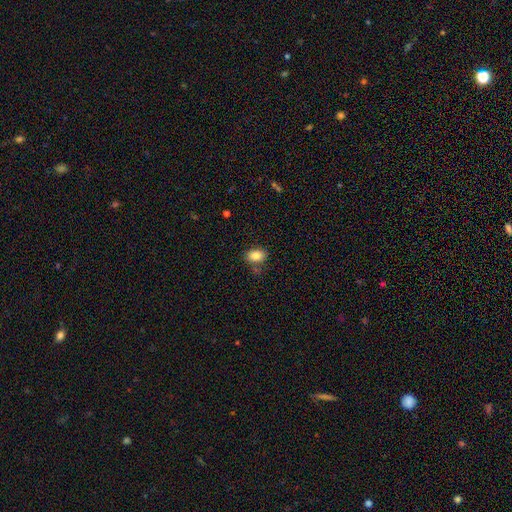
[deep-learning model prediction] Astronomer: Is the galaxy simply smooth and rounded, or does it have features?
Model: smooth — 85%.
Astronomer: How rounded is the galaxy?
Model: in between — 82%.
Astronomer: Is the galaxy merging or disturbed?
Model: none — 77%.